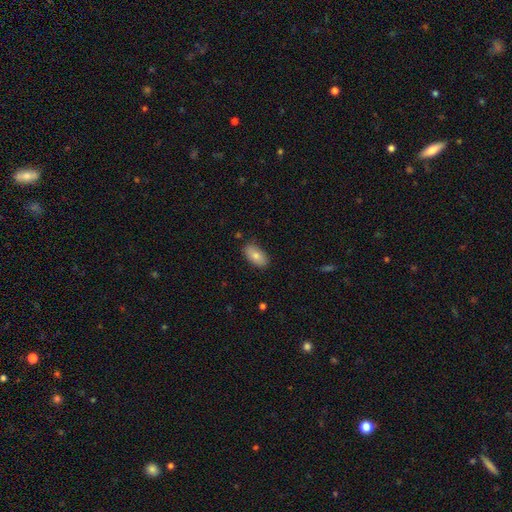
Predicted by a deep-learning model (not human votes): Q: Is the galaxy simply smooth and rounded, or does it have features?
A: smooth — 80%.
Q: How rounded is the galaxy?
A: in between — 93%.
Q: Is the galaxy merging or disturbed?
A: none — 82%.